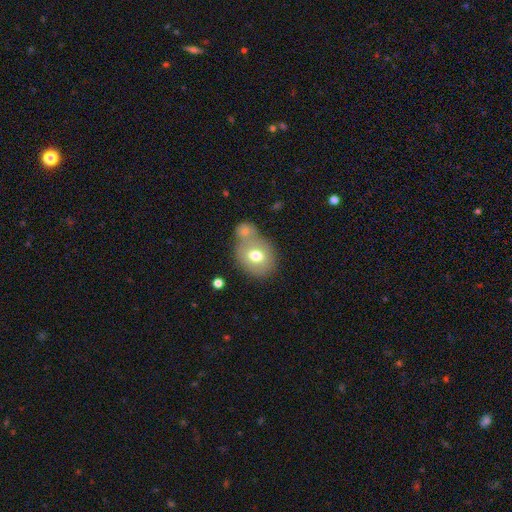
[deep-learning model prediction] A smooth galaxy with no disk features (68%) that is round (57%).

Vote fractions:
- Smooth or featured? smooth: 68% / featured or disk: 23% / star or artifact: 9%
- How rounded? round: 57% / in between: 42% / cigar-shaped: 1%
- Merging? none: 41% (tied) / merger: 41% (tied) / minor disturbance: 12% / major disturbance: 6%